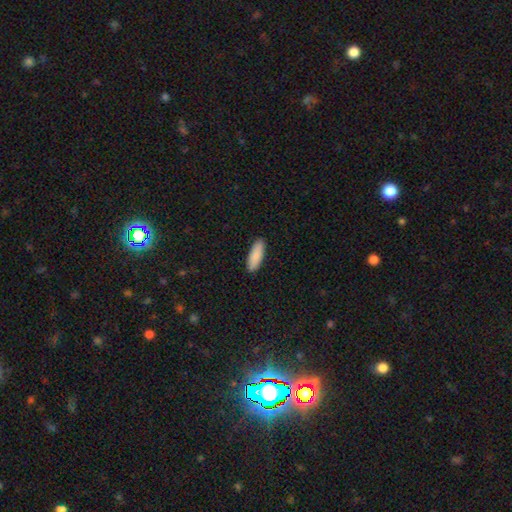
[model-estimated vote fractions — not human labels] Smooth or featured?
  - smooth: 89% *
  - star or artifact: 6%
  - featured or disk: 5%
How rounded?
  - in between: 60% *
  - cigar-shaped: 38%
  - round: 2%
Merging?
  - none: 90% *
  - minor disturbance: 7%
  - major disturbance: 1%
  - merger: 1%